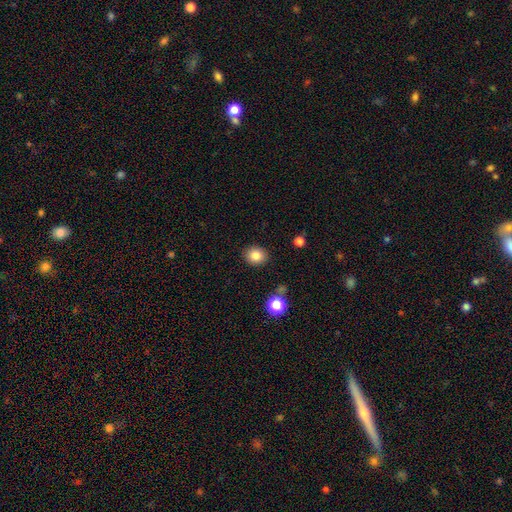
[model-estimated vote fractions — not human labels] smooth 84%, star or artifact 10%, featured or disk 6%. Down the decision tree: how rounded — round (69%); merging — none (88%).